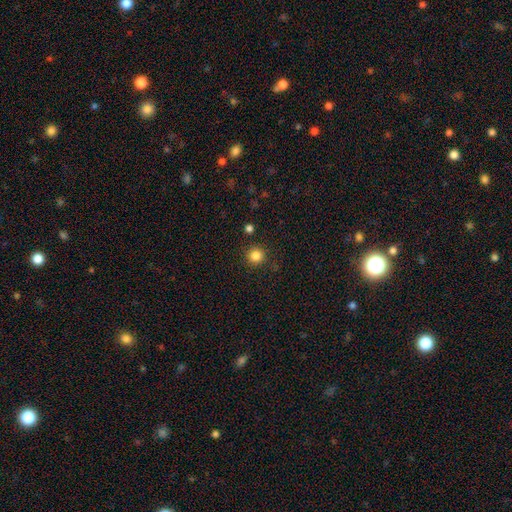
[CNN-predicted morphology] This appears to be a smooth galaxy with no disk features (84%) that is round (95%). Merging: none (90%).